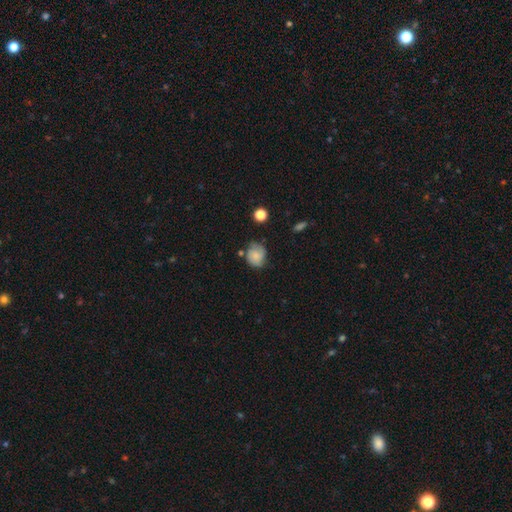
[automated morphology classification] Q: Smooth or featured?
A: smooth (64%); runner-up: featured or disk (27%)
Q: How rounded?
A: round (66%); runner-up: in between (33%)
Q: Merging?
A: none (59%); runner-up: minor disturbance (29%)